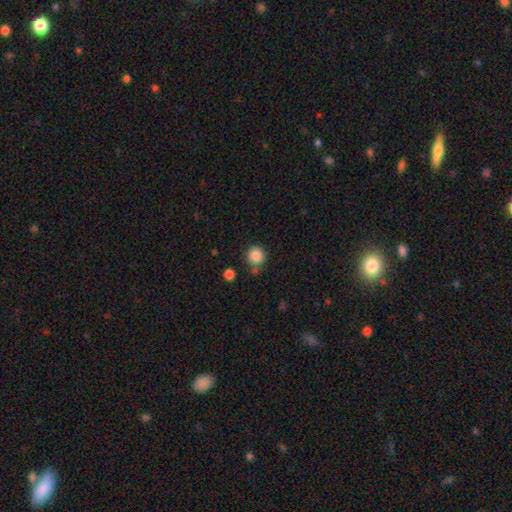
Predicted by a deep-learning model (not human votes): Morphology: type=smooth (86%); roundness=round (92%); merging=none (76%).